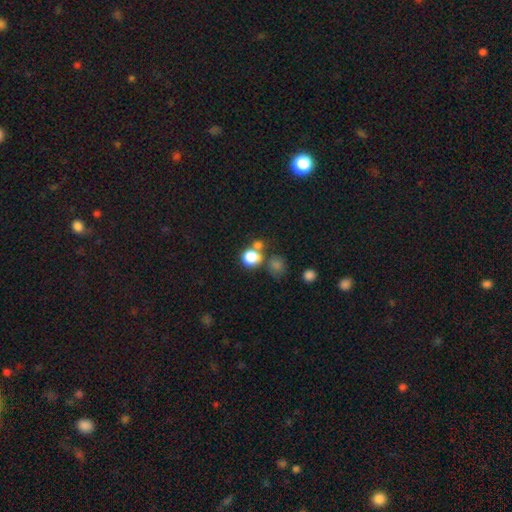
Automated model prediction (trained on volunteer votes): Q: Smooth or featured?
A: star or artifact (46%); runner-up: smooth (43%)